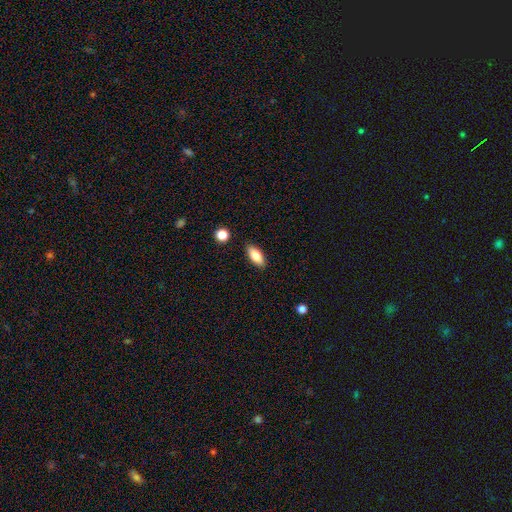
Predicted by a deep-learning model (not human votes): A smooth galaxy with no disk features (81%) that is in between round and cigar-shaped (83%). Merging: none (88%).